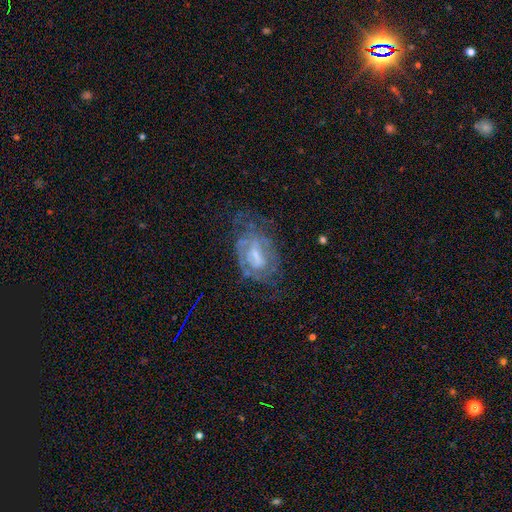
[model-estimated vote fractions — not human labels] Smooth or featured? Predicted: featured or disk (p=0.74). Edge-on disk? Predicted: no (p=0.95). Bar? Predicted: weak (p=0.51). Spiral arms? Predicted: yes (p=0.75). Spiral winding? Predicted: tight (p=0.53). Spiral arm count? Predicted: can't tell (p=0.51). Bulge size? Predicted: small (p=0.45). Merging? Predicted: none (p=0.54).